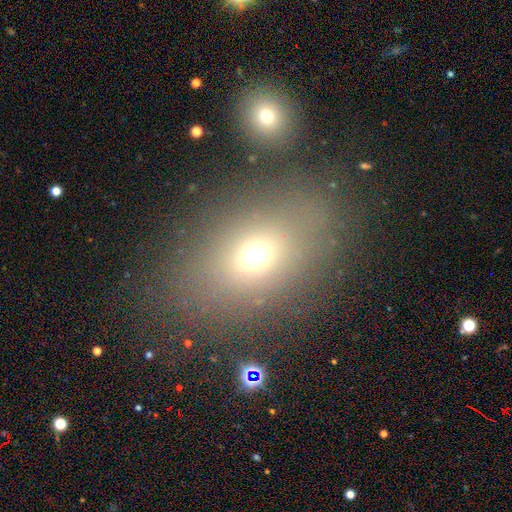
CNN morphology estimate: Smooth or featured? Predicted: smooth (p=0.65). How rounded? Predicted: in between (p=0.67). Merging? Predicted: none (p=0.73).